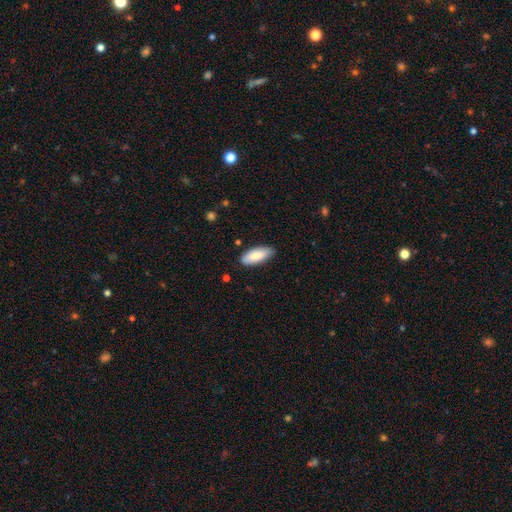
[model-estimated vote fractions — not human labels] Smooth or featured? Predicted: smooth (p=0.83). How rounded? Predicted: in between (p=0.83). Merging? Predicted: none (p=0.82).